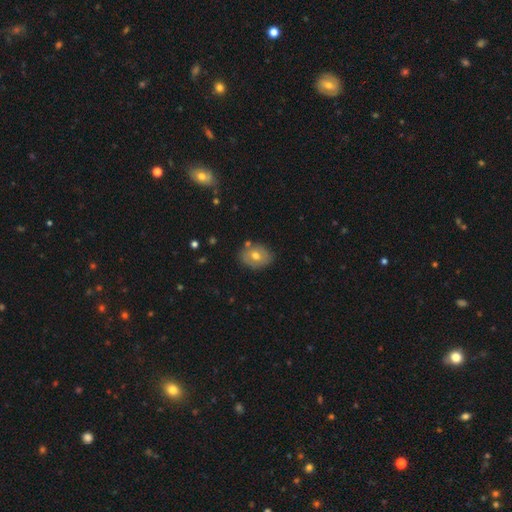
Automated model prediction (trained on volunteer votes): The model was most divided on "how rounded": in between: 60%, round: 39%, cigar-shaped: 1%. More confident: merging — none (79%); smooth or featured — smooth (61%).